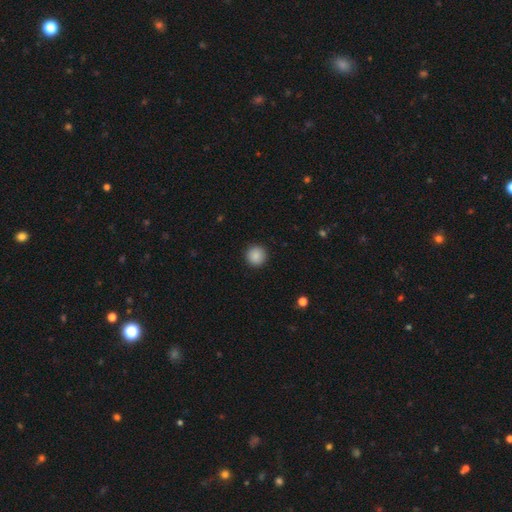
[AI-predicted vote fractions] Smooth or featured? Predicted: smooth (p=0.88). How rounded? Predicted: round (p=0.95). Merging? Predicted: none (p=0.92).